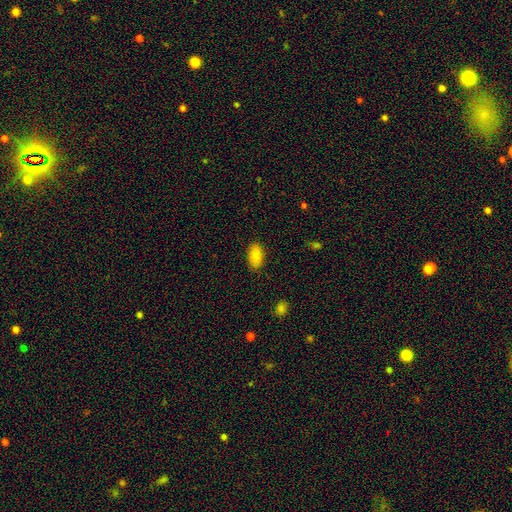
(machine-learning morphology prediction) smooth 86%, star or artifact 7%, featured or disk 6%. Down the decision tree: how rounded — in between (93%); merging — none (87%).